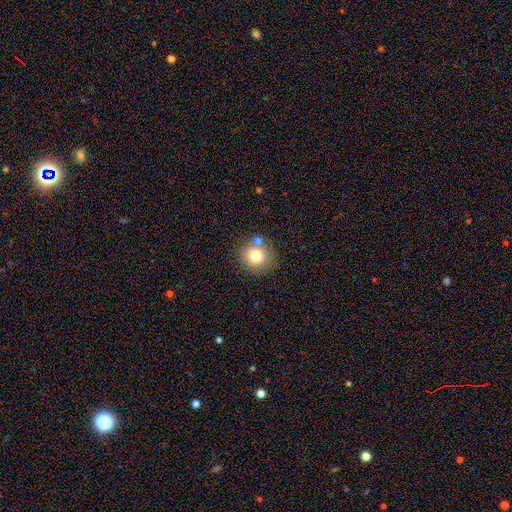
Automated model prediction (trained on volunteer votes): smooth_or_featured: smooth (p=0.76) [alt: star or artifact p=0.12]
how_rounded: round (p=0.86) [alt: in between p=0.13]
merging: none (p=0.73) [alt: merger p=0.14]